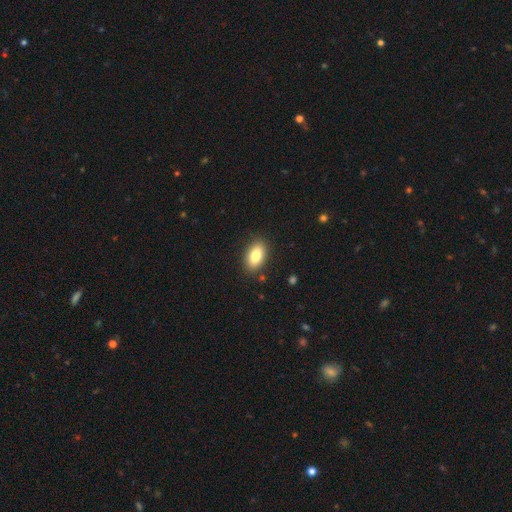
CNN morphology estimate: Smooth or featured?
  - smooth: 83% *
  - featured or disk: 10%
  - star or artifact: 8%
How rounded?
  - in between: 90% *
  - round: 7%
  - cigar-shaped: 3%
Merging?
  - none: 87% *
  - minor disturbance: 9%
  - major disturbance: 2%
  - merger: 1%